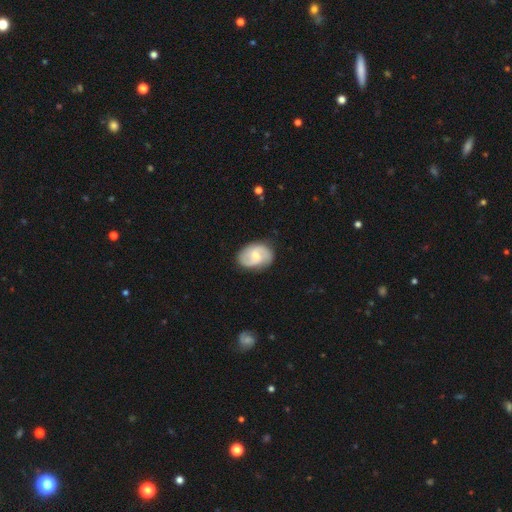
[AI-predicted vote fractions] Morphology: type=featured or disk (68%); edge-on=no (97%); bar=weak (48%); spiral arms=yes (92%); winding=medium (47%); arm count=2 (83%); bulge=moderate (48%); merging=none (79%).